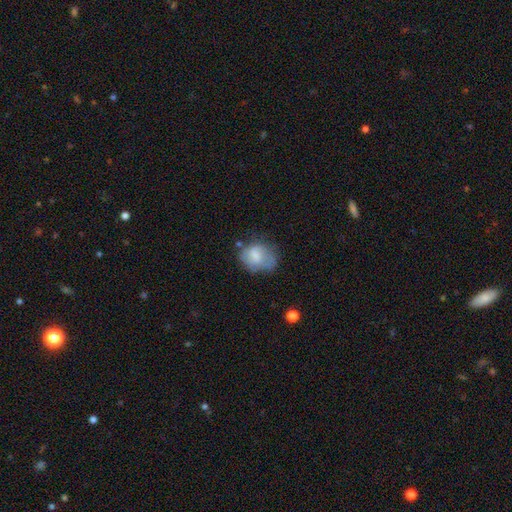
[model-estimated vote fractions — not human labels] Smooth or featured? smooth (63%)
How rounded? in between (52%)
Merging? none (41%)